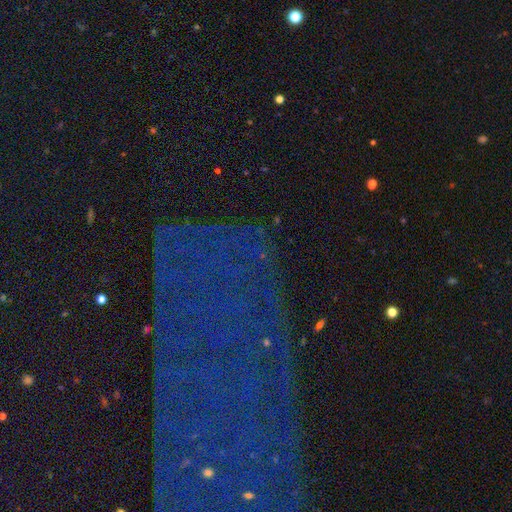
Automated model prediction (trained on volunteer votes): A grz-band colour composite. It shows a star or artifact, not a galaxy (78%).